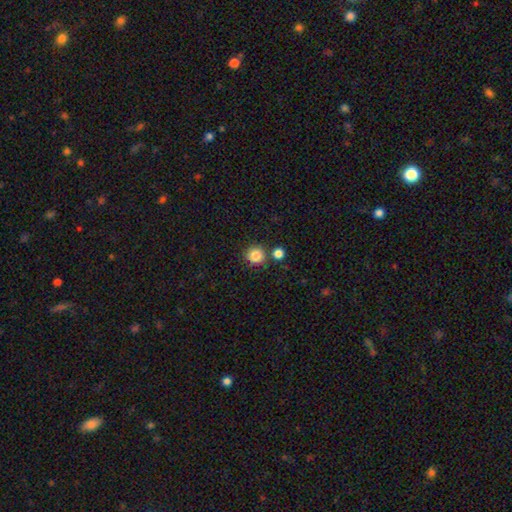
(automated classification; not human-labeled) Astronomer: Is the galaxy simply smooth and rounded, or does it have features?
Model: smooth — 85%.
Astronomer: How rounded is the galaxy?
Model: round — 92%.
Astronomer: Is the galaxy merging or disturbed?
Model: none — 77%.